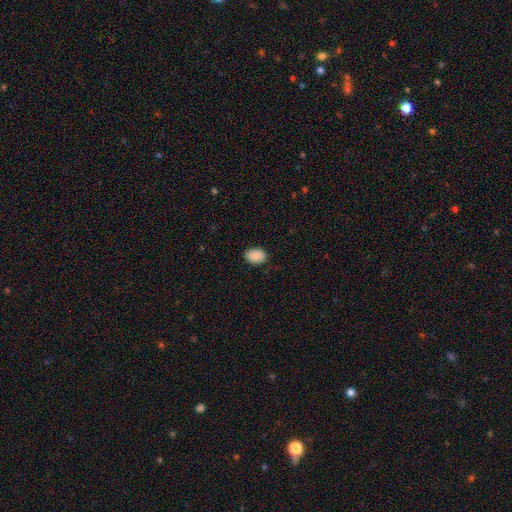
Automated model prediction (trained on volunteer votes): A smooth galaxy with no disk features (89%) that is in between round and cigar-shaped (76%). Merging: none (85%).